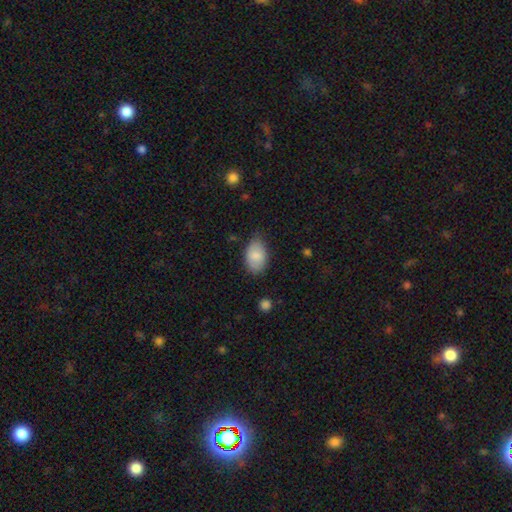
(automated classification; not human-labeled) A smooth galaxy with no disk features (82%) that is in between round and cigar-shaped (91%).

Vote fractions:
- Smooth or featured? smooth: 82% / featured or disk: 12% / star or artifact: 6%
- How rounded? in between: 91% / round: 7% / cigar-shaped: 1%
- Merging? none: 73% / minor disturbance: 22% / major disturbance: 4% / merger: 1%